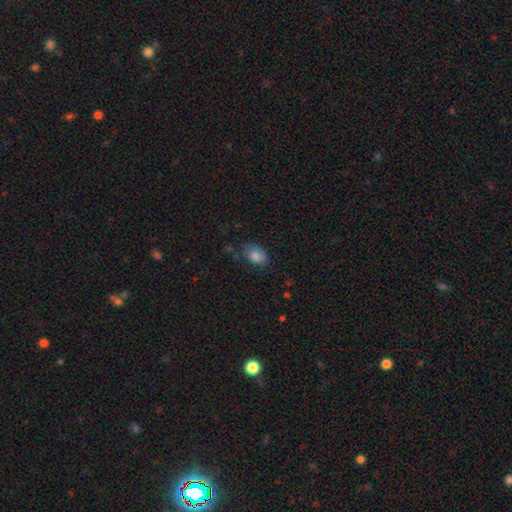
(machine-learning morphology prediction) The model was most divided on "merging": none: 57%, minor disturbance: 29%, major disturbance: 11%, merger: 3%. More confident: how rounded — in between (83%); smooth or featured — smooth (81%).